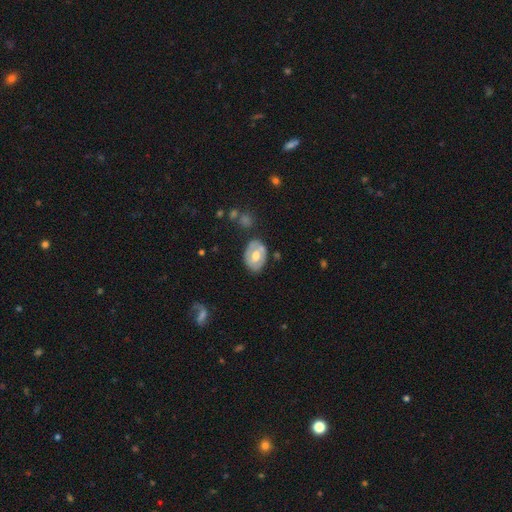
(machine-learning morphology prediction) featured or disk 47% (tied), smooth 47% (tied), star or artifact 6%. Down the decision tree: merging — none (72%).